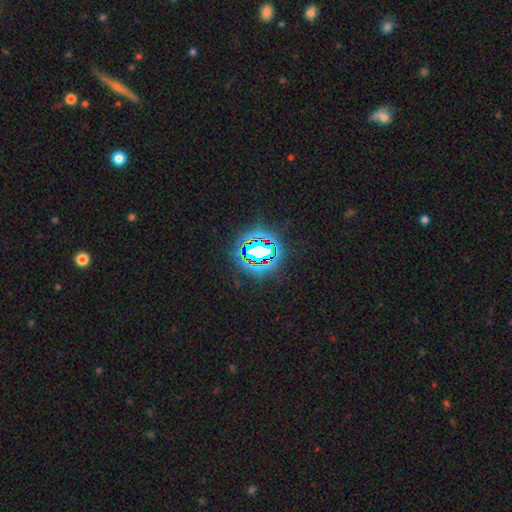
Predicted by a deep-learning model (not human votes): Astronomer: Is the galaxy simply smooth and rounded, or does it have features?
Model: star or artifact — 73%.